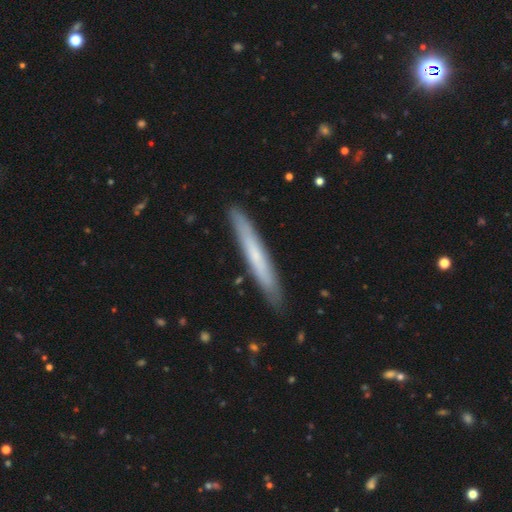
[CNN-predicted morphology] Smooth or featured: smooth — 54% (featured or disk — 40%)
How rounded: cigar-shaped — 96% (in between — 3%)
Merging: none — 89% (minor disturbance — 9%)